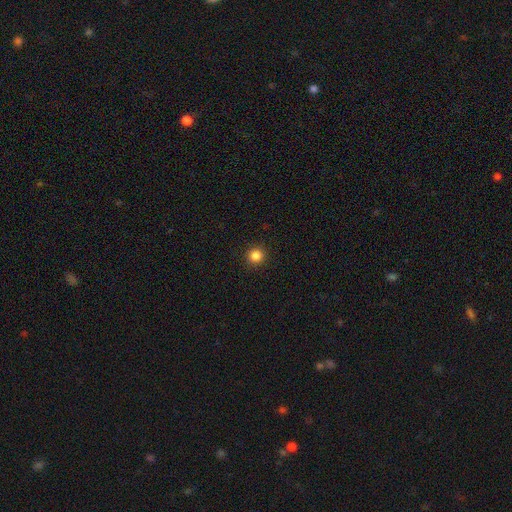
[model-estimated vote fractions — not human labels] Smooth or featured? smooth (84%)
How rounded? round (94%)
Merging? none (93%)